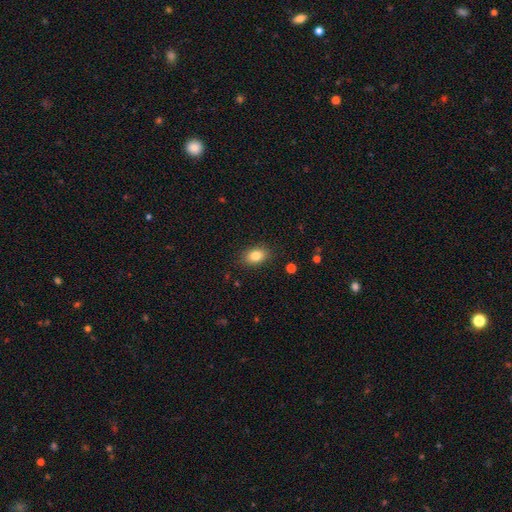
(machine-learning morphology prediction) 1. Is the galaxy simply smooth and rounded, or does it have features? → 83% smooth, 9% star or artifact, 8% featured or disk.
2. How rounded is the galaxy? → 82% in between, 17% round, 1% cigar-shaped.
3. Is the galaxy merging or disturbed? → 87% none, 10% minor disturbance, 2% major disturbance, 1% merger.